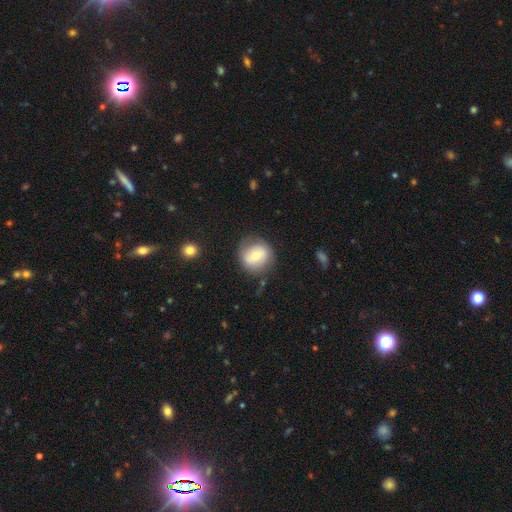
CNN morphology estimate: Overall: smooth (57%; featured or disk 34%). How rounded: round (87%). Merging: none (76%).